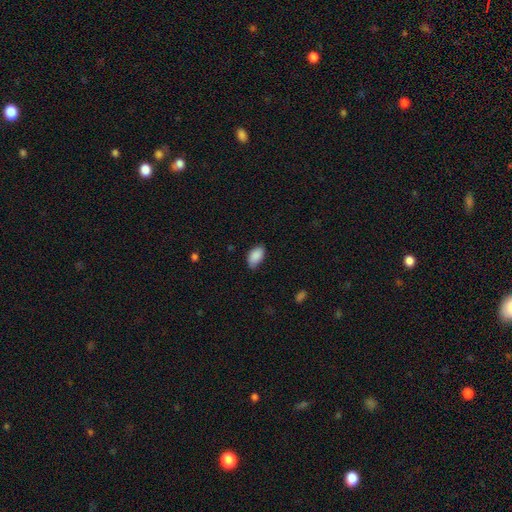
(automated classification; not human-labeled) A smooth galaxy with no disk features (90%) that is in between round and cigar-shaped (94%).

Vote fractions:
- Smooth or featured? smooth: 90% / star or artifact: 7% / featured or disk: 4%
- How rounded? in between: 94% / round: 5% / cigar-shaped: 2%
- Merging? none: 75% / minor disturbance: 20% / major disturbance: 3% / merger: 1%